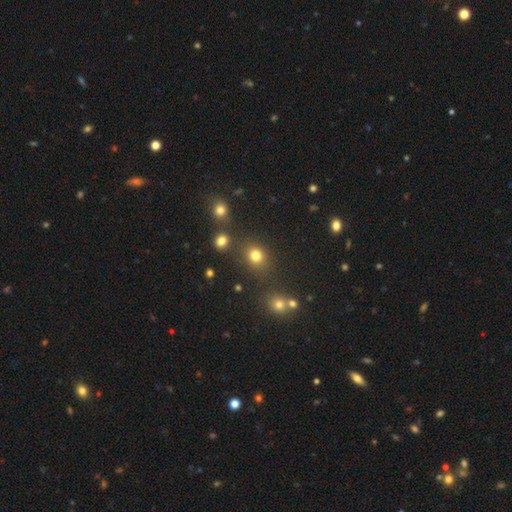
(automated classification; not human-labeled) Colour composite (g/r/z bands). It shows a smooth galaxy with no disk features (78%) that is round (77%). Merging: none (77%).